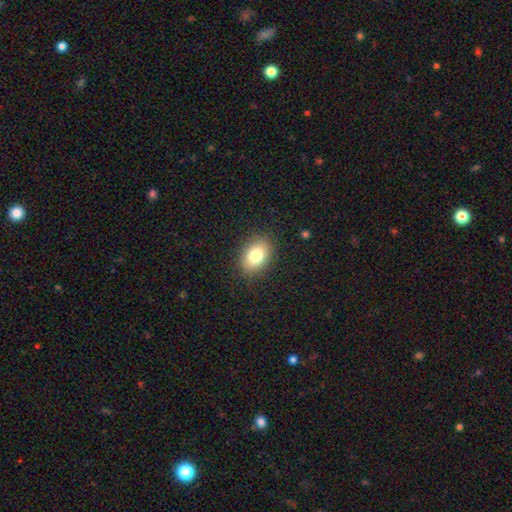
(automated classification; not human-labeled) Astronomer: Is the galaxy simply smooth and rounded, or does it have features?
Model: smooth — 80%.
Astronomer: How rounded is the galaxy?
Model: in between — 80%.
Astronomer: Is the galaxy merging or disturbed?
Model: none — 88%.